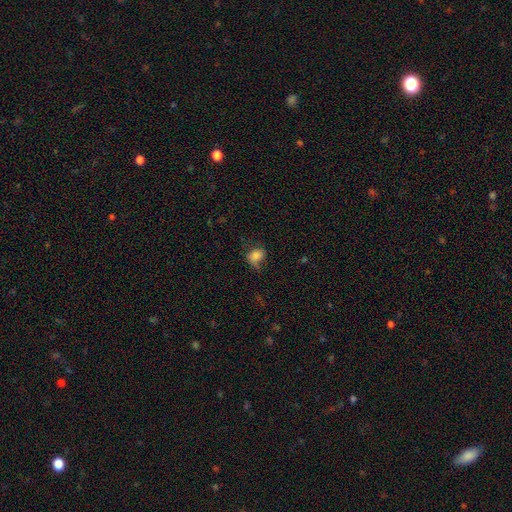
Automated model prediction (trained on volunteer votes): Smooth or featured?
  - smooth: 76% *
  - featured or disk: 12%
  - star or artifact: 11%
How rounded?
  - in between: 59% *
  - round: 40%
  - cigar-shaped: 1%
Merging?
  - none: 49% *
  - minor disturbance: 30%
  - major disturbance: 19%
  - merger: 3%